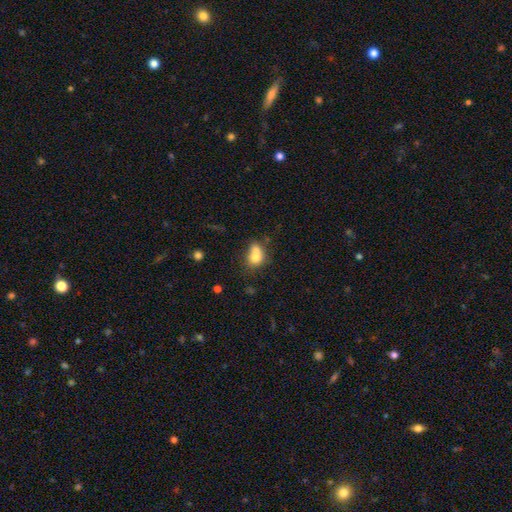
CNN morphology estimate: type=smooth (71%); roundness=round (53%); merging=merger (57%).